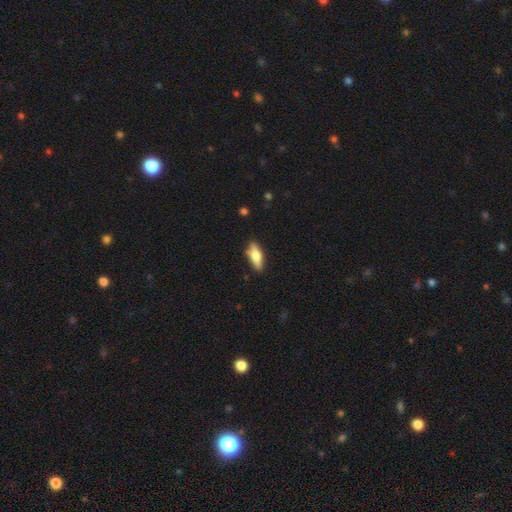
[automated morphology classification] type=smooth (64%); roundness=in between (54%); merging=none (82%).